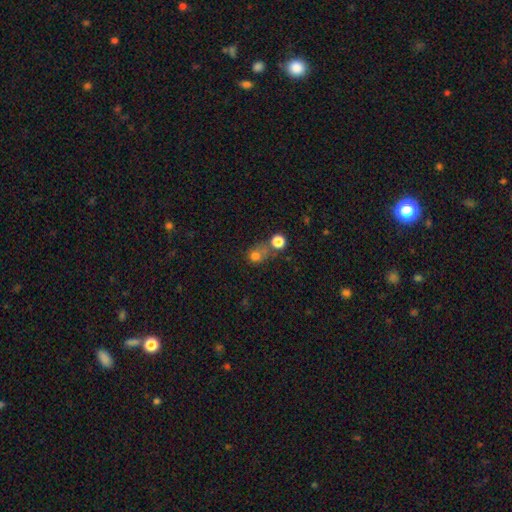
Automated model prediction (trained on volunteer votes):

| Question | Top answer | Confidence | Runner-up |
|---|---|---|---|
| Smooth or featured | smooth | 74% | star or artifact (16%) |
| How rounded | round | 75% | in between (24%) |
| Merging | none | 41% | merger (34%) |